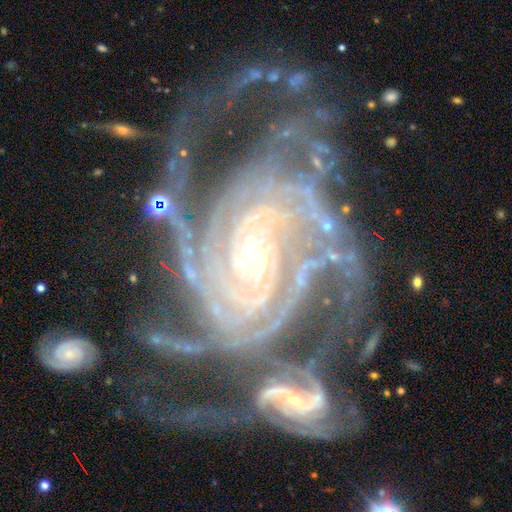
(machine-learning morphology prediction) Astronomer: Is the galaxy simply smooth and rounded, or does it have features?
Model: featured or disk — 93%.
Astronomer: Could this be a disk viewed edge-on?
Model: no — 98%.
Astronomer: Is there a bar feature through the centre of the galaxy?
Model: no — 60%.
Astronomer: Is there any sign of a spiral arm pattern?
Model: yes — 99%.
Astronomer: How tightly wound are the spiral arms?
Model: tight — 74%.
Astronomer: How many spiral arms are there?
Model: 4 — 22% (runner-up: 3, 21%).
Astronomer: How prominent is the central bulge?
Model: small — 68%.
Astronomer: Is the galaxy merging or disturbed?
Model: none — 32% (runner-up: merger, 29%).